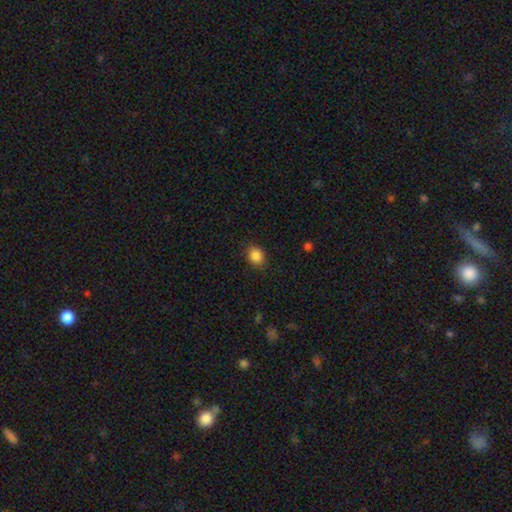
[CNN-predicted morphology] This is clearly a smooth galaxy (87%). How rounded: possibly round (51%). Merging: clearly none (86%).